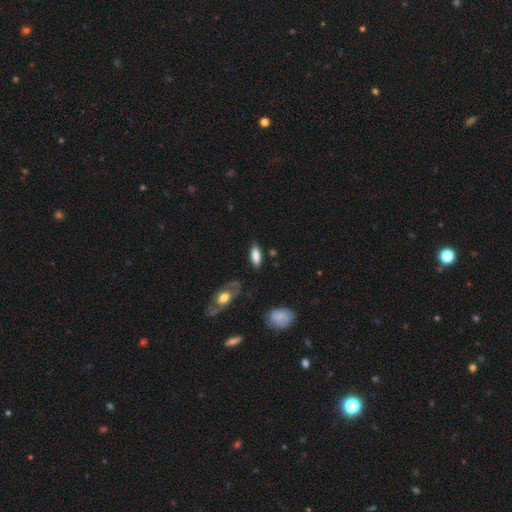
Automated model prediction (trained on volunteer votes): This is likely a smooth galaxy (80%). How rounded: likely in between (71%). Merging: clearly none (81%).